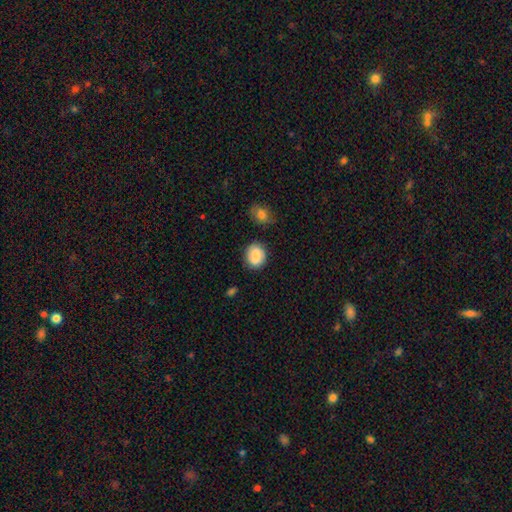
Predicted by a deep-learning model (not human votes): A smooth galaxy with no disk features (76%) that is round (59%). Merging: none (79%).